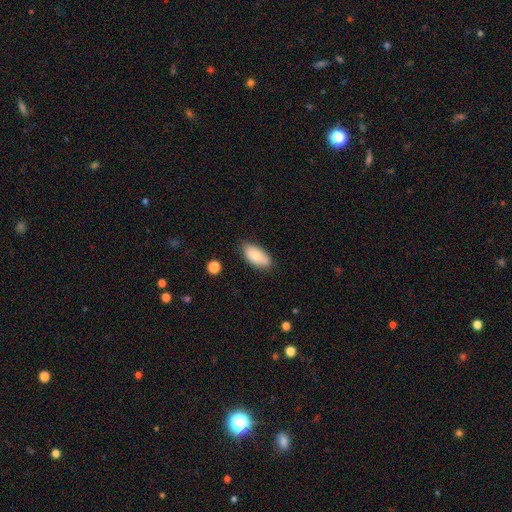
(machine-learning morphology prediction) Smooth or featured? smooth (82%)
How rounded? in between (91%)
Merging? none (79%)